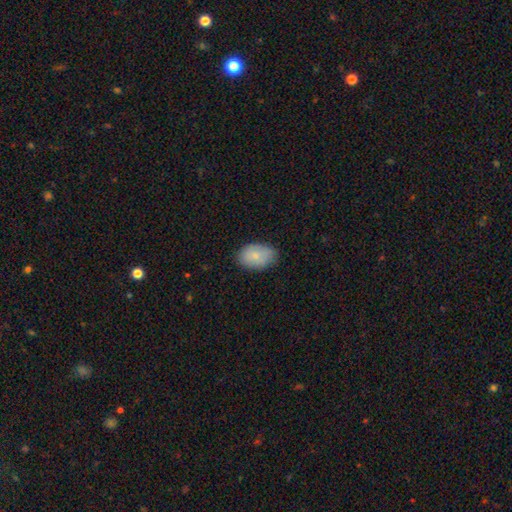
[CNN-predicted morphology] This appears to be a smooth galaxy with no disk features (81%) that is in between round and cigar-shaped (89%). Merging: none (79%).